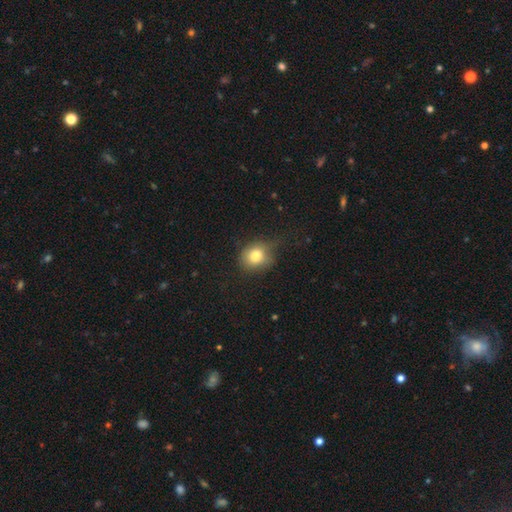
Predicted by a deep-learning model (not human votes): smooth 79%, star or artifact 11%, featured or disk 10%. Down the decision tree: how rounded — round (71%); merging — none (60%).